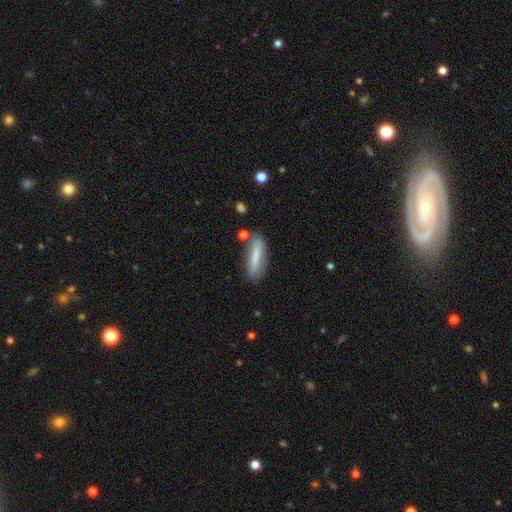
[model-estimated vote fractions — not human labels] Overall: smooth (74%). How rounded: cigar-shaped (65%; in between 33%). Merging: none (71%).